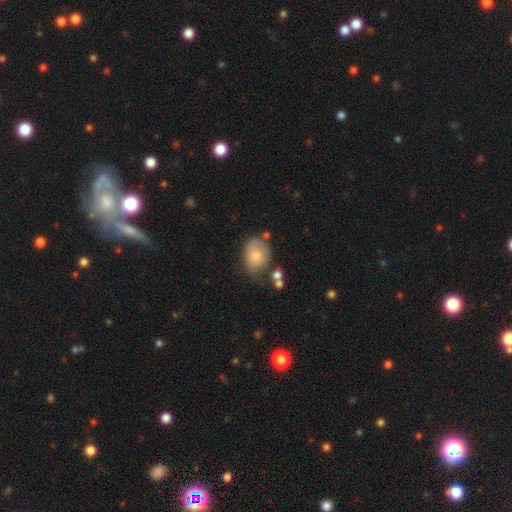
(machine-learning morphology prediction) Overall: smooth (66%). How rounded: in between (57%; round 42%). Merging: none (45%; minor disturbance 32%).